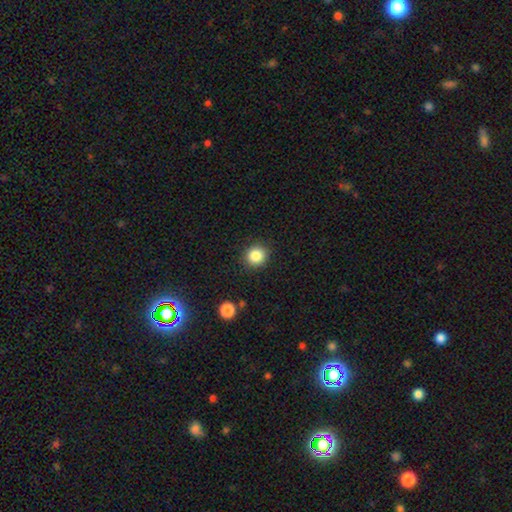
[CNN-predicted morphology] A smooth galaxy with no disk features (85%) that is round (87%).

Vote fractions:
- Smooth or featured? smooth: 85% / star or artifact: 11% / featured or disk: 5%
- How rounded? round: 87% / in between: 12% / cigar-shaped: 1%
- Merging? none: 90% / minor disturbance: 7% / major disturbance: 2% / merger: 1%